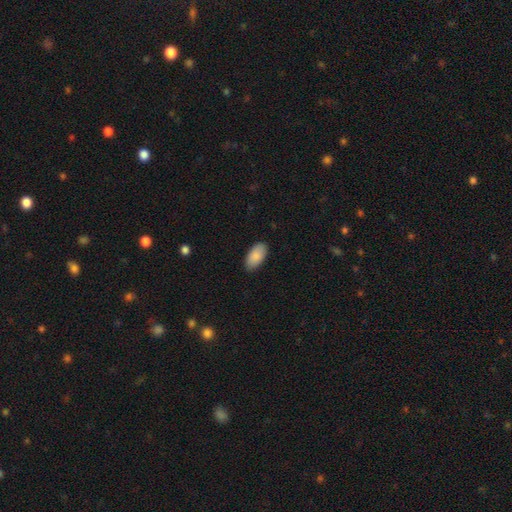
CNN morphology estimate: Smooth or featured?
  - smooth: 88% *
  - star or artifact: 6%
  - featured or disk: 6%
How rounded?
  - in between: 95% *
  - cigar-shaped: 3%
  - round: 2%
Merging?
  - none: 87% *
  - minor disturbance: 10%
  - major disturbance: 2%
  - merger: 1%